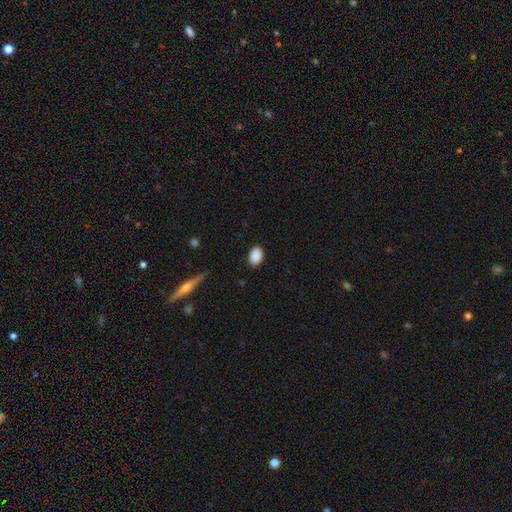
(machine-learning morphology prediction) Smooth or featured? smooth (89%)
How rounded? in between (82%)
Merging? none (85%)